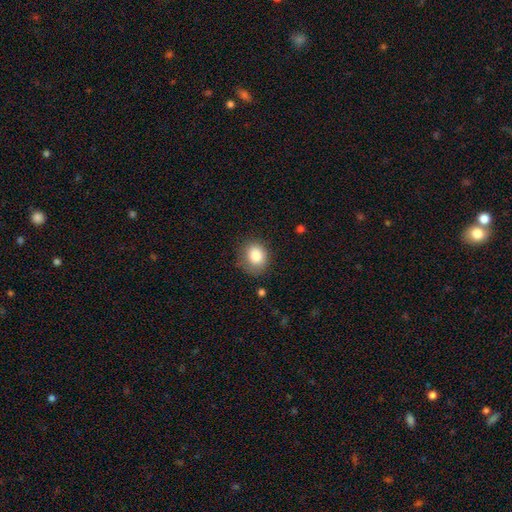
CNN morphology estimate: The model was most divided on "how rounded": round: 63%, in between: 36%, cigar-shaped: 1%. More confident: smooth or featured — smooth (84%); merging — none (72%).